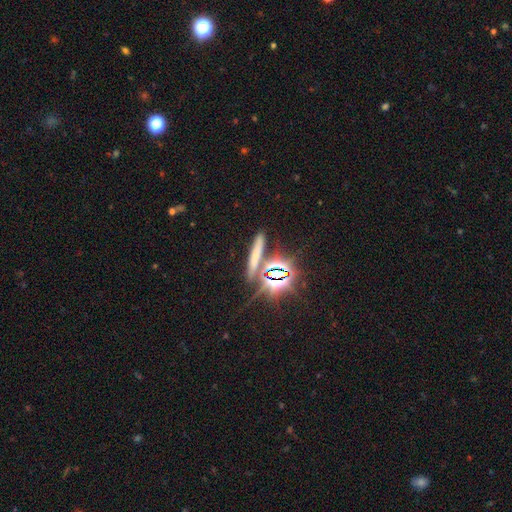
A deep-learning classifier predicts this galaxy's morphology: Smooth or featured?
  - smooth: 46% *
  - star or artifact: 37%
  - featured or disk: 17%
Merging?
  - none: 77% *
  - minor disturbance: 10%
  - merger: 8%
  - major disturbance: 4%